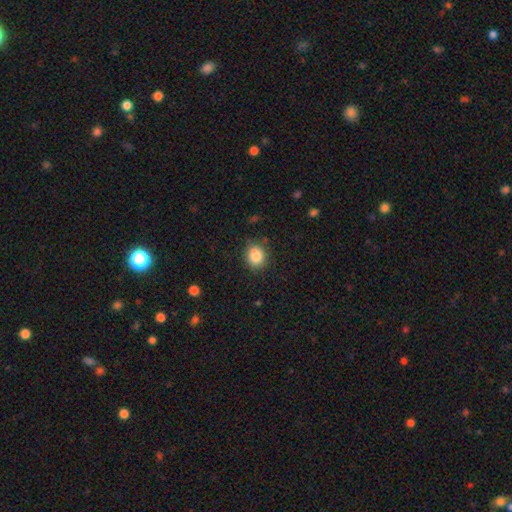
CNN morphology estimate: The model was most divided on "how rounded": round: 64%, in between: 35%, cigar-shaped: 1%. More confident: smooth or featured — smooth (85%); merging — none (81%).